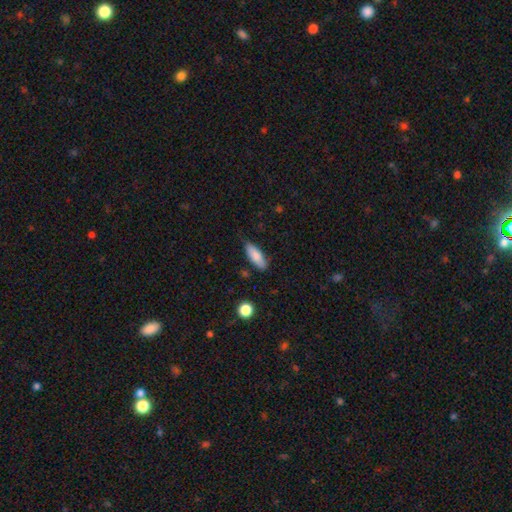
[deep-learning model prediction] This is clearly a smooth galaxy (84%). How rounded: likely in between (65%). Merging: likely none (78%).